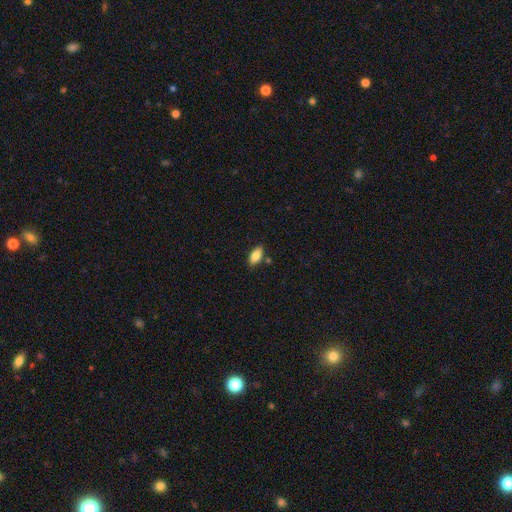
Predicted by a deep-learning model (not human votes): Overall: smooth (84%). How rounded: in between (89%). Merging: none (80%).